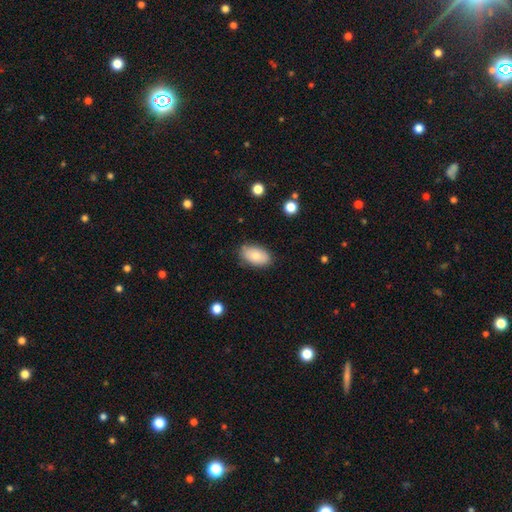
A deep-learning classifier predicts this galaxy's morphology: A smooth galaxy with no disk features (82%) that is in between round and cigar-shaped (94%).

Vote fractions:
- Smooth or featured? smooth: 82% / featured or disk: 12% / star or artifact: 6%
- How rounded? in between: 94% / round: 5% / cigar-shaped: 2%
- Merging? none: 82% / minor disturbance: 14% / major disturbance: 3% / merger: 1%